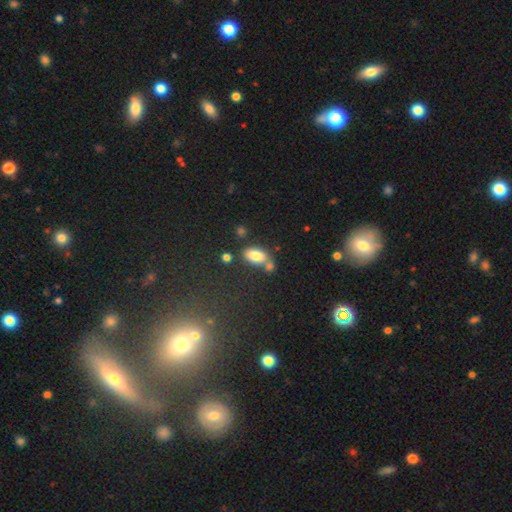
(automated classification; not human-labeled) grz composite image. It shows a smooth galaxy with no disk features (81%) that is in between round and cigar-shaped (91%). Merging: none (53%).